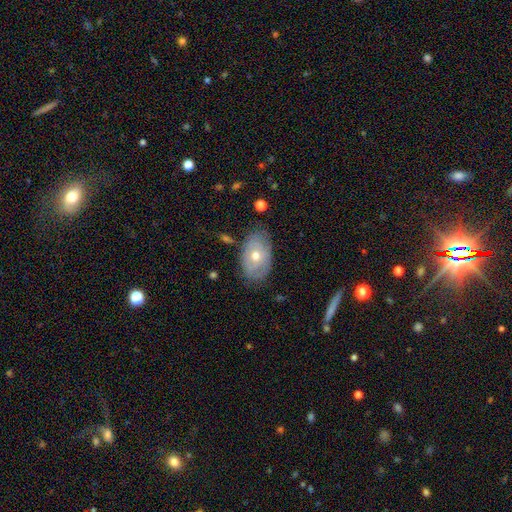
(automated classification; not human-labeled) This appears to be a featured or disk galaxy (49%). Merging: none (71%).